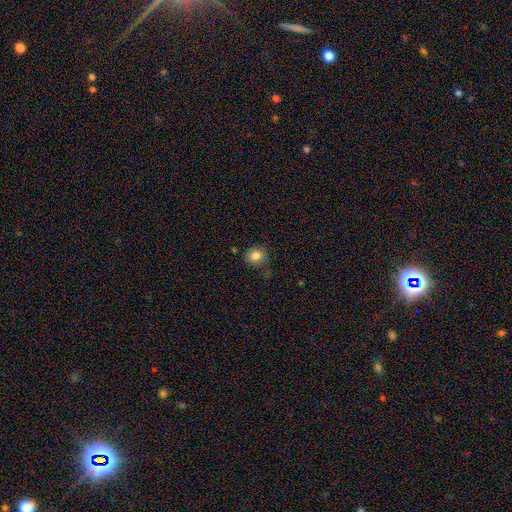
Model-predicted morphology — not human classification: smooth_or_featured: smooth (p=0.83) [alt: star or artifact p=0.10]
how_rounded: round (p=0.67) [alt: in between p=0.32]
merging: none (p=0.72) [alt: minor disturbance p=0.20]